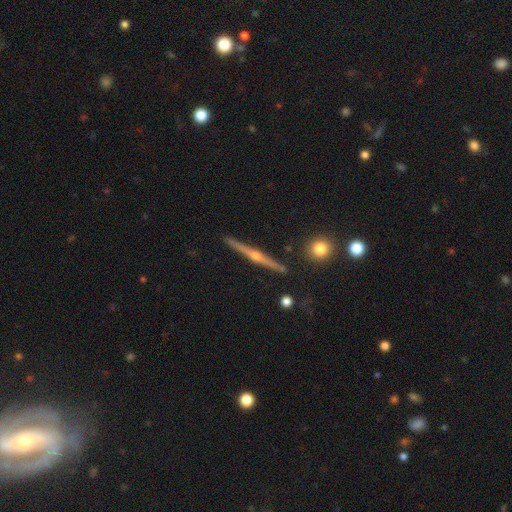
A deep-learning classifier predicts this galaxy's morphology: Smooth or featured: featured or disk — 84% (smooth — 10%)
Edge-on disk: yes — 98% (no — 2%)
Edge-on bulge: rounded — 90% (none — 7%)
Merging: none — 91% (minor disturbance — 6%)